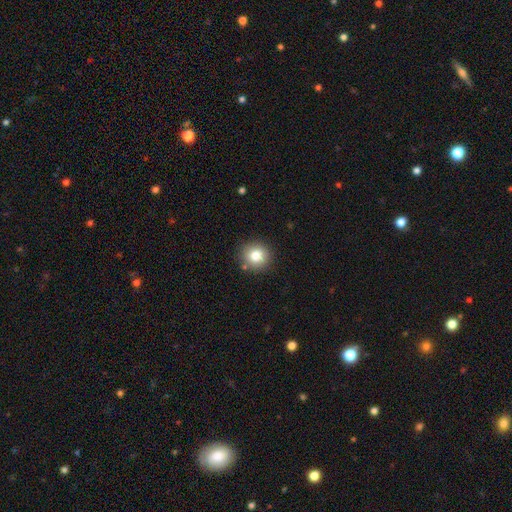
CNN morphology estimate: Smooth or featured?
  - smooth: 79% *
  - star or artifact: 11%
  - featured or disk: 9%
How rounded?
  - round: 92% *
  - in between: 8%
  - cigar-shaped: 1%
Merging?
  - none: 87% *
  - minor disturbance: 8%
  - merger: 3%
  - major disturbance: 2%